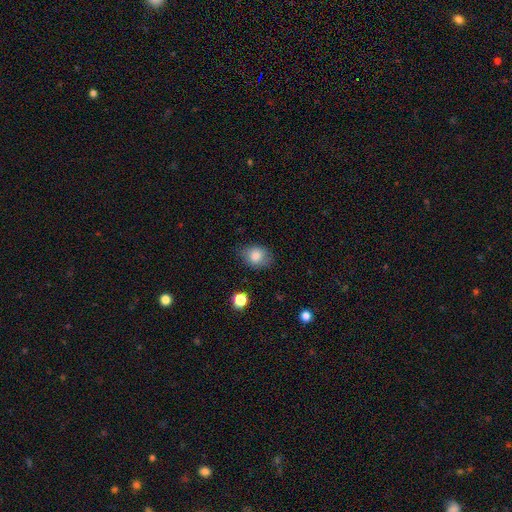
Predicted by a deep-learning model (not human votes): Overall: smooth (82%). How rounded: in between (58%; round 41%). Merging: none (77%).